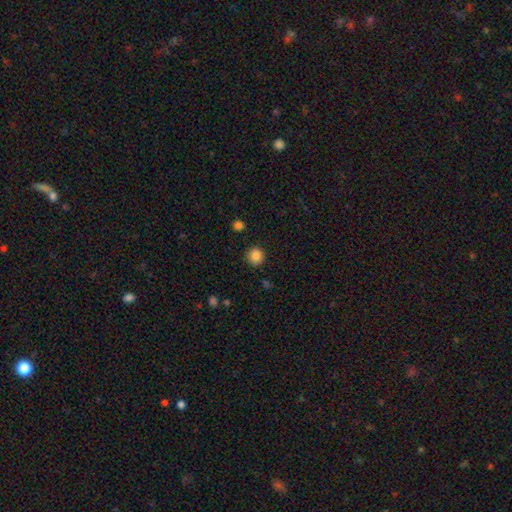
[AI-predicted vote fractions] Overall: smooth (86%). How rounded: round (92%). Merging: none (89%).